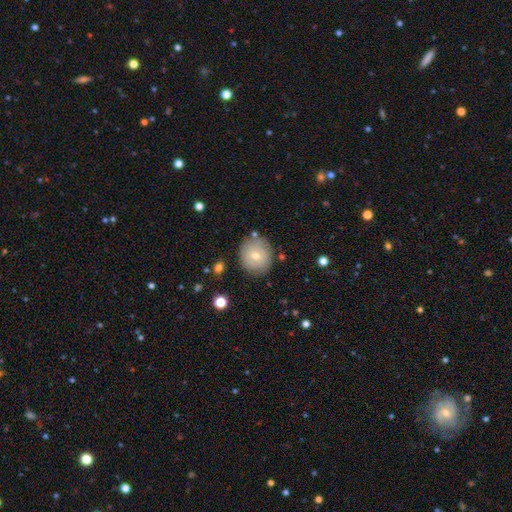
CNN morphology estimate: This appears to be a smooth galaxy with no disk features (59%) that is round (83%). Merging: none (79%).